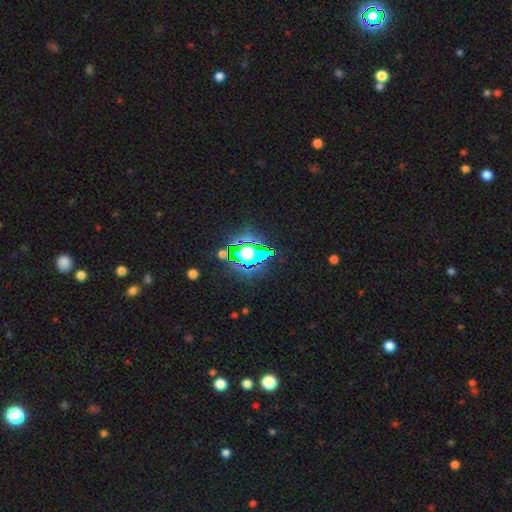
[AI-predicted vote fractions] smooth_or_featured: star or artifact (p=0.57) [alt: smooth p=0.29]